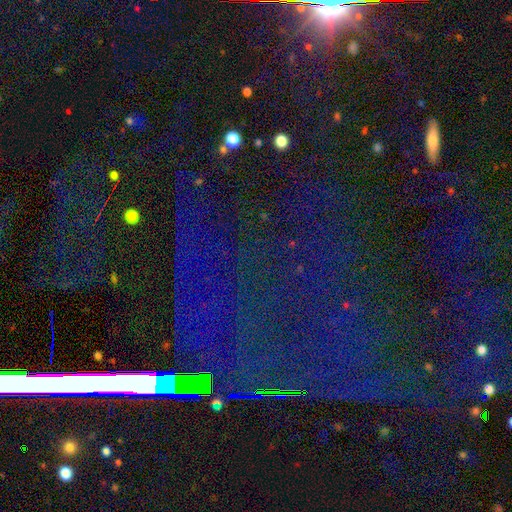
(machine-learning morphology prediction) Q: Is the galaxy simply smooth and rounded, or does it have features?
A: star or artifact — 81%.